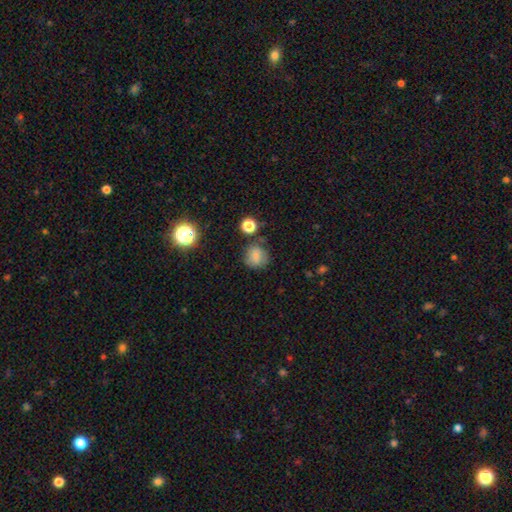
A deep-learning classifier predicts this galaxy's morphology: This appears to be a smooth galaxy with no disk features (74%) that is round (81%). Merging: none (70%).